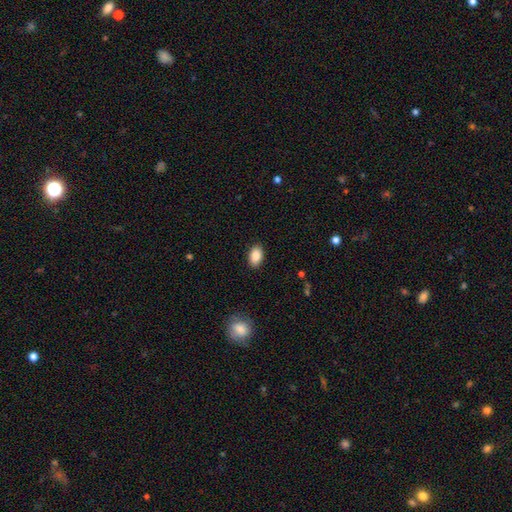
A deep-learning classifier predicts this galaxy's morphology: smooth_or_featured: smooth (p=0.88) [alt: star or artifact p=0.07]
how_rounded: in between (p=0.90) [alt: round p=0.09]
merging: none (p=0.89) [alt: minor disturbance p=0.08]